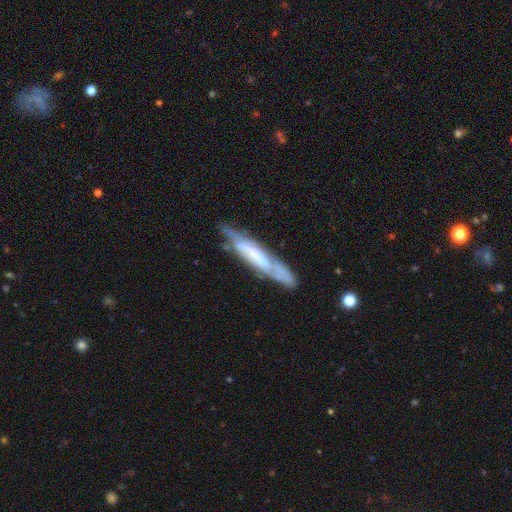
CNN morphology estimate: Q: Smooth or featured?
A: featured or disk (63%); runner-up: smooth (30%)
Q: Edge-on disk?
A: yes (60%); runner-up: no (40%)
Q: Merging?
A: none (67%); runner-up: minor disturbance (23%)